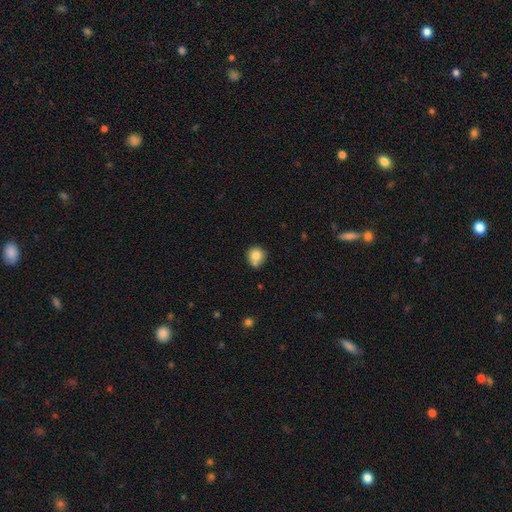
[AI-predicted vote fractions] smooth-or-featured: smooth: 82% | star or artifact: 9% | featured or disk: 9%
  how-rounded: round: 90% | in between: 9% | cigar-shaped: 1%
  merging: none: 63% | minor disturbance: 17% | merger: 16% | major disturbance: 4%